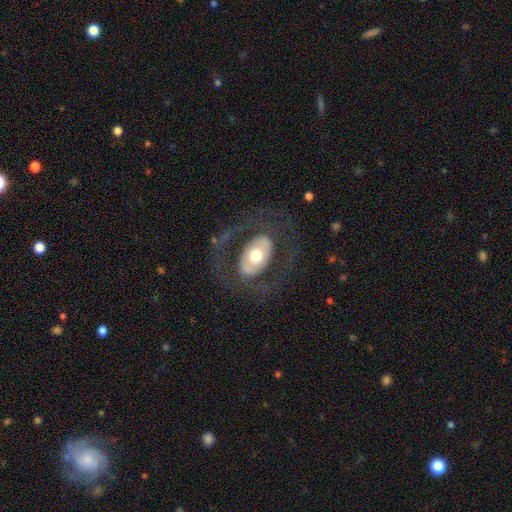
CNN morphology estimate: Smooth or featured: featured or disk — 58% (smooth — 36%)
Edge-on disk: no — 91% (yes — 9%)
Bar: no — 76% (weak — 14%)
Spiral arms: no — 64% (yes — 36%)
Bulge size: moderate — 61% (large — 29%)
Merging: none — 72% (major disturbance — 15%)